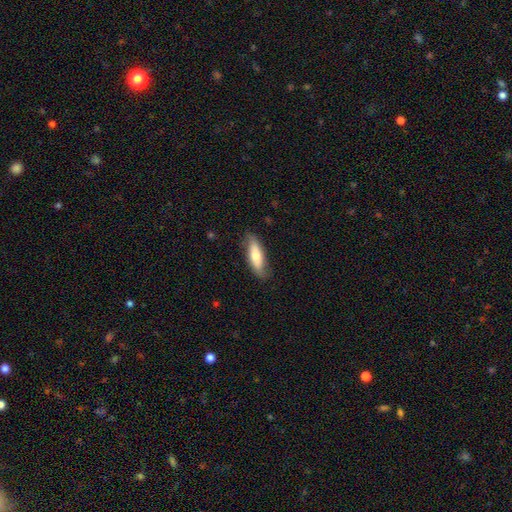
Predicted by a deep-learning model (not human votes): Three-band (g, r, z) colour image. It shows a smooth galaxy with no disk features (70%) that is in between round and cigar-shaped (51%). Merging: none (80%).